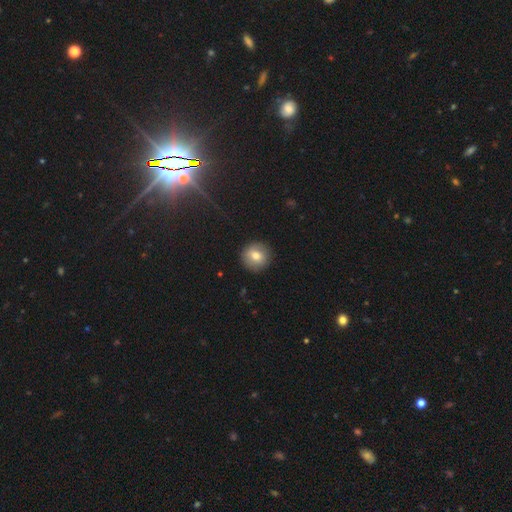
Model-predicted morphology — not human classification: Q: Smooth or featured?
A: smooth (72%); runner-up: featured or disk (19%)
Q: How rounded?
A: round (94%); runner-up: in between (5%)
Q: Merging?
A: none (90%); runner-up: minor disturbance (7%)